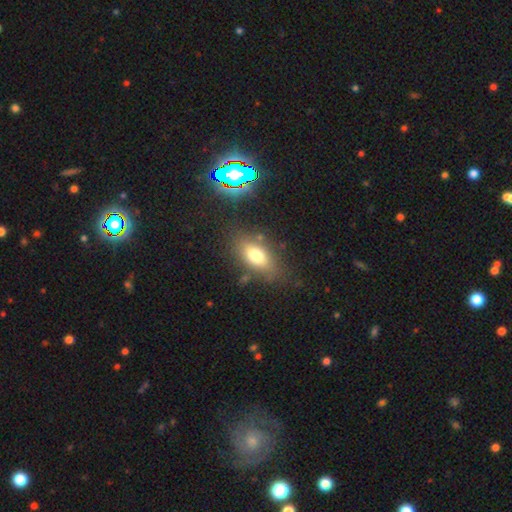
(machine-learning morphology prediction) Smooth or featured? smooth (72%)
How rounded? in between (84%)
Merging? none (74%)